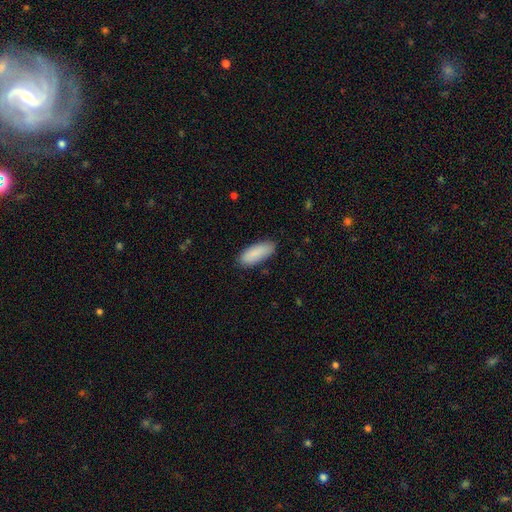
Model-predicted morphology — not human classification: A smooth galaxy with no disk features (89%) that is in between round and cigar-shaped (71%). Merging: none (85%).